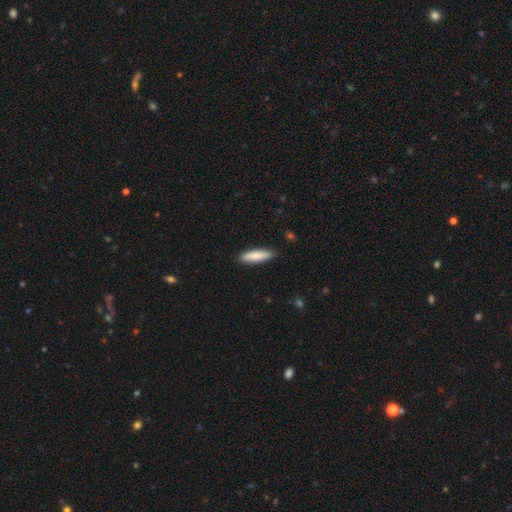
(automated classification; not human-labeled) Morphology: type=smooth (84%); roundness=cigar-shaped (73%); merging=none (89%).